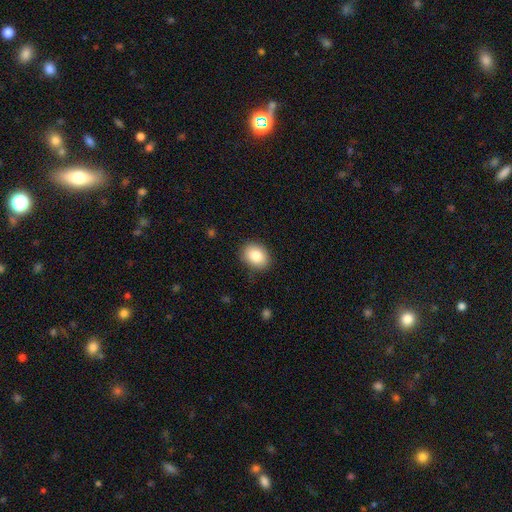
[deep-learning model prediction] smooth-or-featured: smooth: 85% | star or artifact: 8% | featured or disk: 7%
  how-rounded: in between: 60% | round: 39% | cigar-shaped: 1%
  merging: none: 85% | minor disturbance: 11% | major disturbance: 3% | merger: 1%